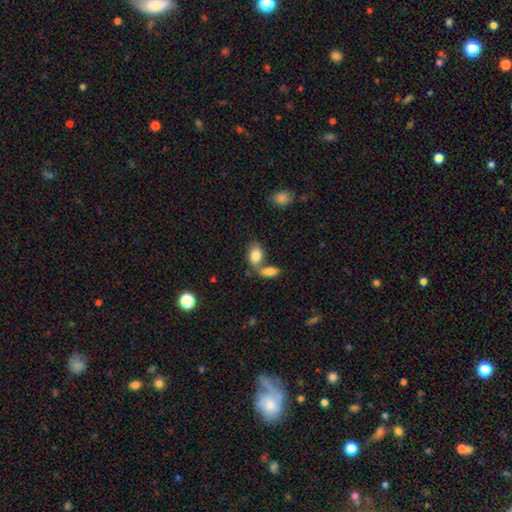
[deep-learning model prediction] Overall: smooth (83%). How rounded: in between (89%). Merging: merger (44%; none 42%).